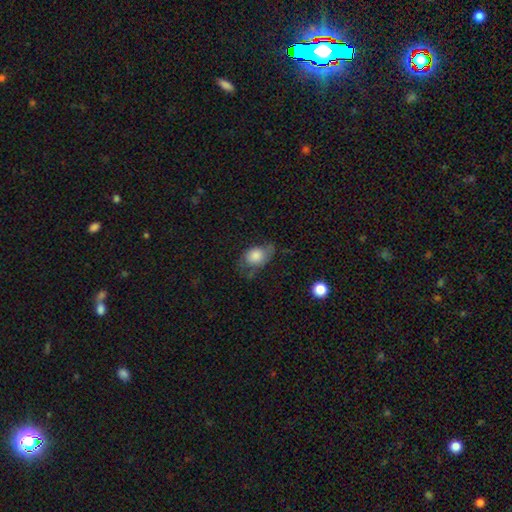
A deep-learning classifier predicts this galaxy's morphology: The model was most divided on "merging": none: 44%, minor disturbance: 33%, major disturbance: 20%, merger: 2%. More confident: smooth or featured — smooth (74%); how rounded — in between (73%).